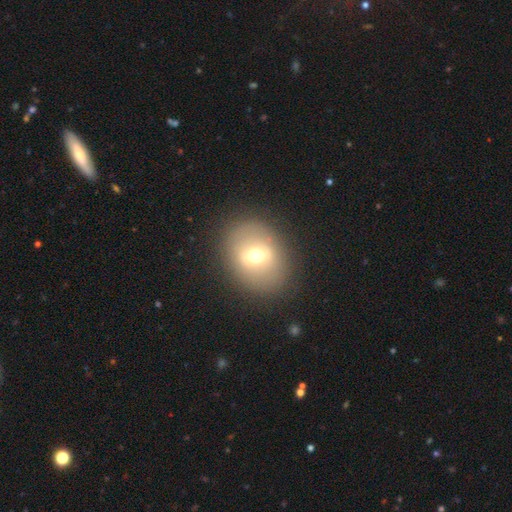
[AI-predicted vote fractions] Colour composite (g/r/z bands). It shows a smooth galaxy with no disk features (49%). Merging: none (84%).